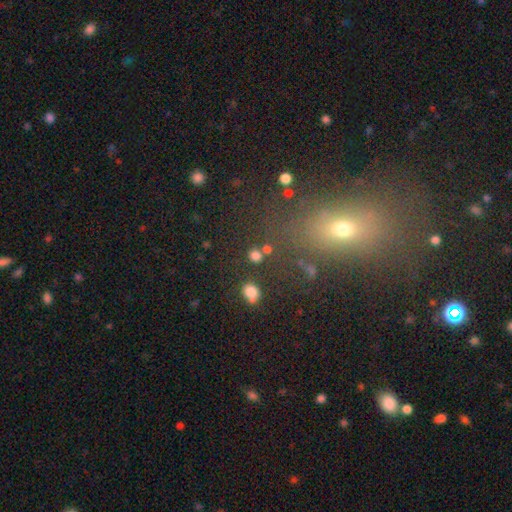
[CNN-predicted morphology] Smooth or featured? Predicted: smooth (p=0.80). How rounded? Predicted: round (p=0.85). Merging? Predicted: none (p=0.78).